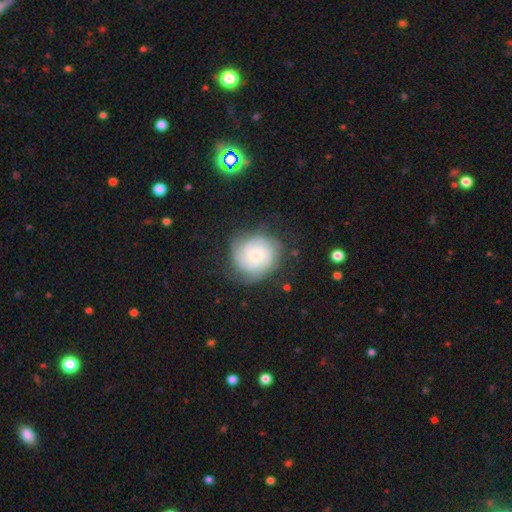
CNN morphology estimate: A featured or disk galaxy (64%) with no bar (77%), tight (63%) spiral arms (92%) and a small central bulge (55%). Merging: none (74%).